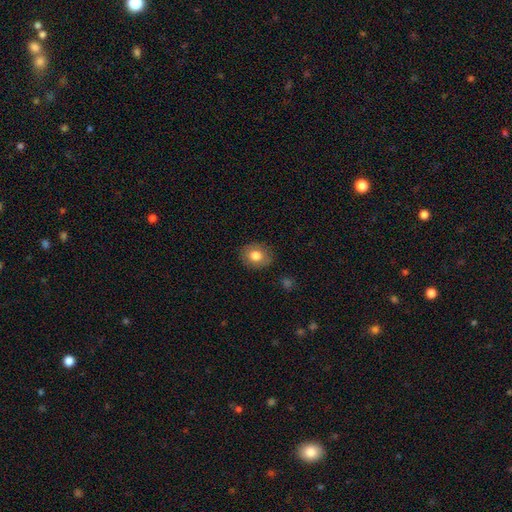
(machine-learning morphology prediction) Q: Smooth or featured?
A: smooth (79%); runner-up: featured or disk (13%)
Q: How rounded?
A: round (52%); runner-up: in between (47%)
Q: Merging?
A: none (86%); runner-up: minor disturbance (10%)